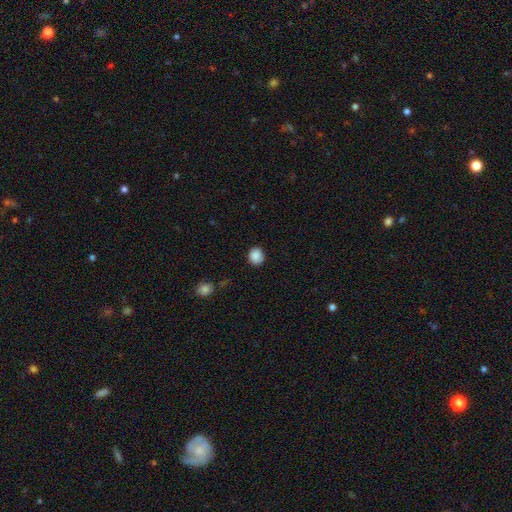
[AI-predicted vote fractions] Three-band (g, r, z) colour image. It shows a smooth galaxy with no disk features (89%) that is round (75%). Merging: none (88%).